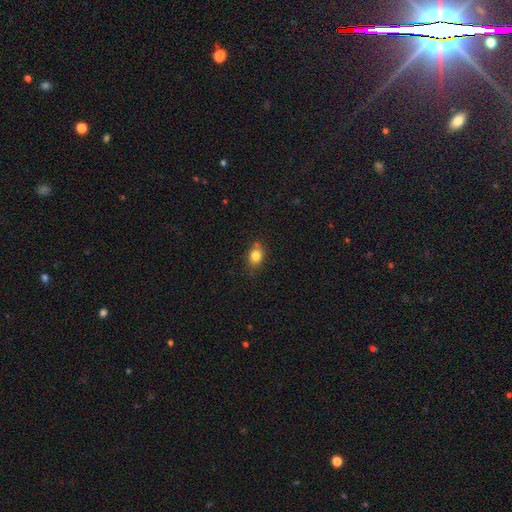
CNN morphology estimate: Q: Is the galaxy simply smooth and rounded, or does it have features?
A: smooth — 82%.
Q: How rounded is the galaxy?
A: in between — 51%.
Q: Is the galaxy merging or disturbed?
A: none — 73%.